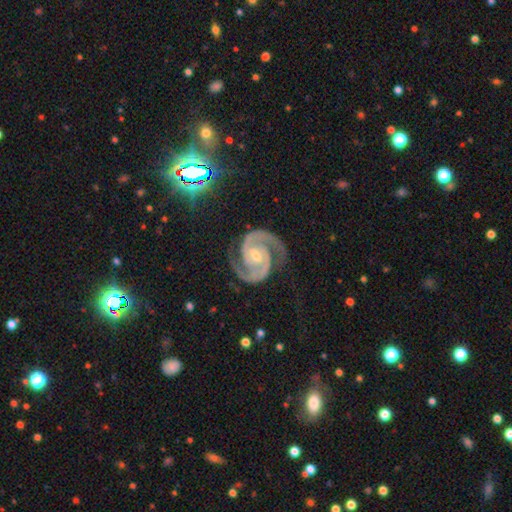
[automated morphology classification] featured or disk 94%, star or artifact 4%, smooth 2%. Down the decision tree: edge-on disk — no (98%); bar — weak (40%); spiral arms — yes (99%); spiral arm count — 2 (94%); spiral winding — tight (50%); bulge size — moderate (54%); merging — none (82%).